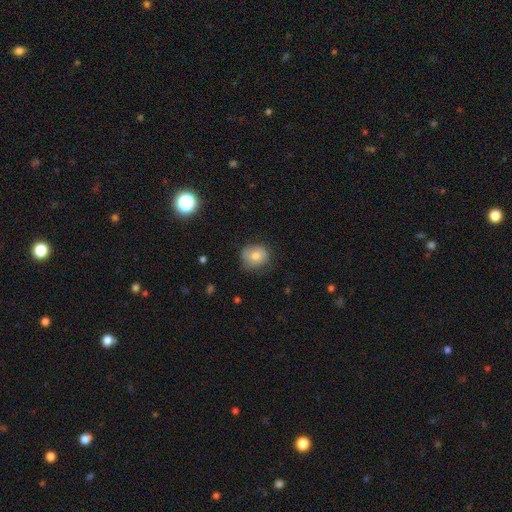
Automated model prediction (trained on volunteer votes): This appears to be a smooth galaxy with no disk features (75%) that is round (78%). Merging: none (70%).